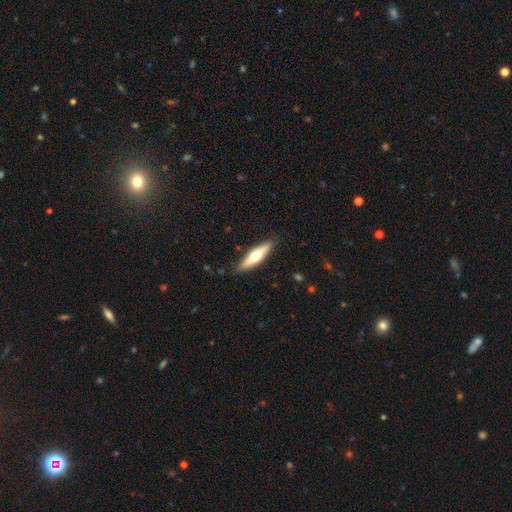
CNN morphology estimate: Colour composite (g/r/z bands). It shows a featured or disk galaxy (50%). Merging: none (87%).